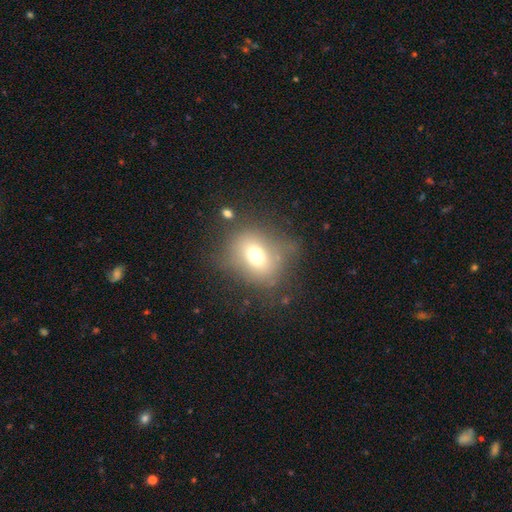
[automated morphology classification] type=smooth (68%); roundness=round (54%); merging=none (65%).